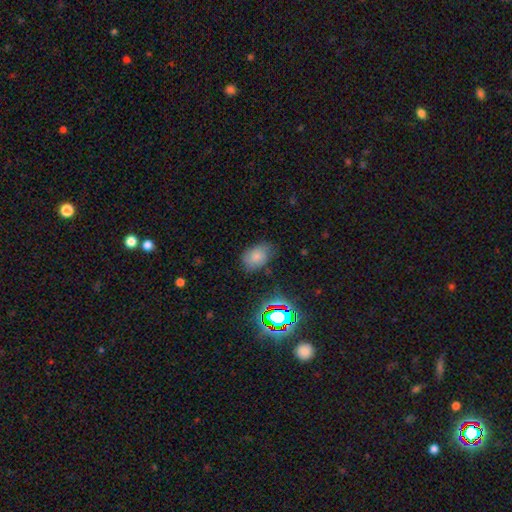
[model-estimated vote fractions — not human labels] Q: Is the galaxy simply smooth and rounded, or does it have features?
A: smooth — 75%.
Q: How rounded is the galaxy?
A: in between — 81%.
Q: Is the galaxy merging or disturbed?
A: none — 70%.